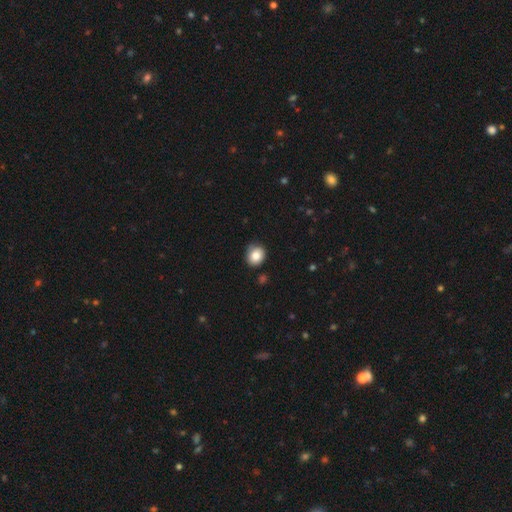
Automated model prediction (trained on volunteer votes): Smooth or featured: smooth — 83% (star or artifact — 10%)
How rounded: round — 74% (in between — 25%)
Merging: none — 82% (minor disturbance — 14%)